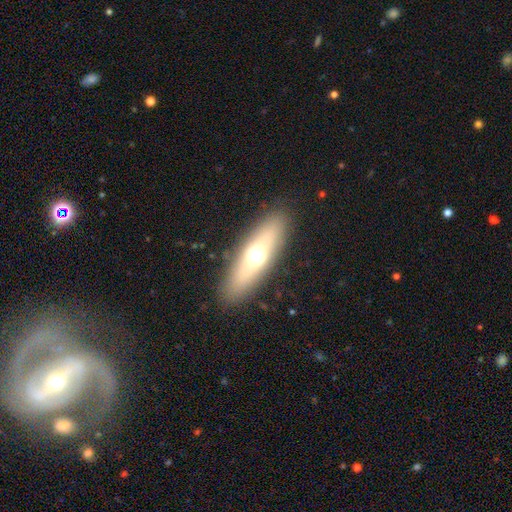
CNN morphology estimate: Smooth or featured?
  - smooth: 54% *
  - featured or disk: 36%
  - star or artifact: 11%
How rounded?
  - in between: 48% *
  - cigar-shaped: 46%
  - round: 6%
Merging?
  - none: 87% *
  - minor disturbance: 8%
  - major disturbance: 4%
  - merger: 1%